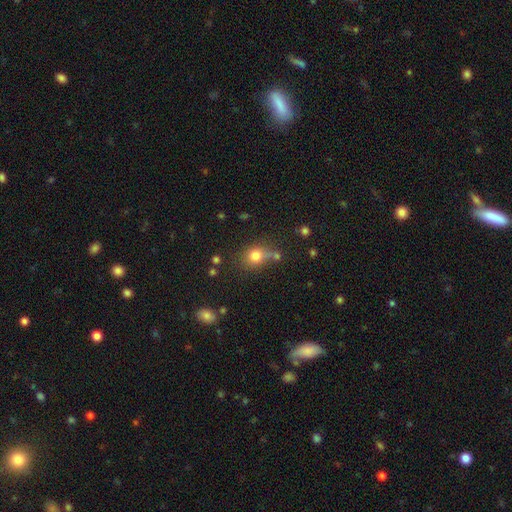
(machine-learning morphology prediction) smooth_or_featured: smooth (p=0.76) [alt: star or artifact p=0.14]
how_rounded: round (p=0.68) [alt: in between p=0.31]
merging: none (p=0.54) [alt: minor disturbance p=0.20]